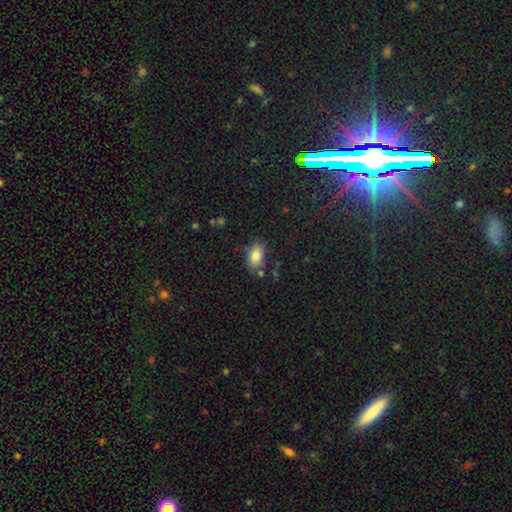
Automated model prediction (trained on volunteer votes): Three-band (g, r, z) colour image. It shows a smooth galaxy with no disk features (83%) that is in between round and cigar-shaped (91%). Merging: none (78%).